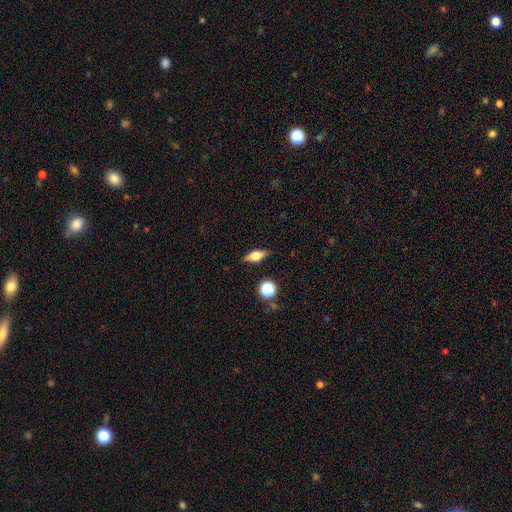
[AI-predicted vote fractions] smooth 55%, featured or disk 35%, star or artifact 10%. Down the decision tree: how rounded — in between (69%); merging — none (84%).